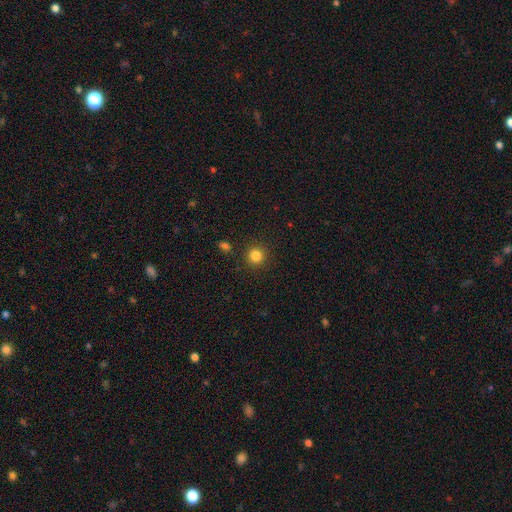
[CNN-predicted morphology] This is clearly a smooth galaxy (83%). How rounded: clearly round (94%). Merging: clearly none (90%).